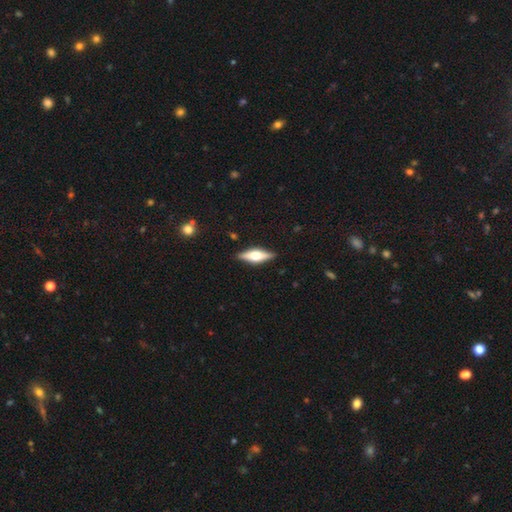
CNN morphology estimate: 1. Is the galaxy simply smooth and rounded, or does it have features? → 61% featured or disk, 32% smooth, 6% star or artifact.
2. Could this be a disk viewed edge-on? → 95% yes, 5% no.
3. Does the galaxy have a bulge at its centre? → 91% rounded, 7% boxy, 2% none.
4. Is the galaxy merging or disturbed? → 88% none, 9% minor disturbance, 2% major disturbance, 1% merger.